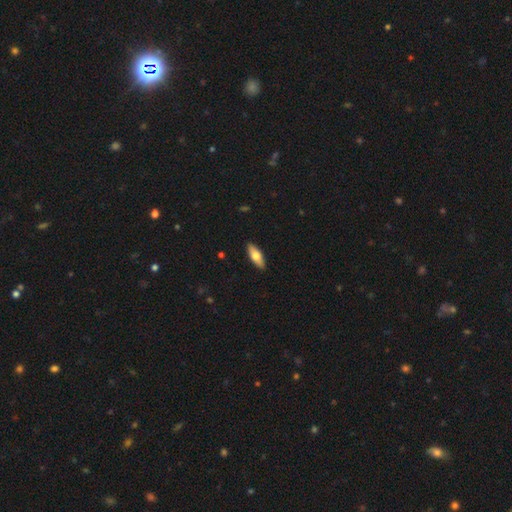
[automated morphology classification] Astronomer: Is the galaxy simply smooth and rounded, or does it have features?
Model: smooth — 63%.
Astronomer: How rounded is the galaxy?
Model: in between — 65%.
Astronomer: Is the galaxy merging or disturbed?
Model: none — 90%.